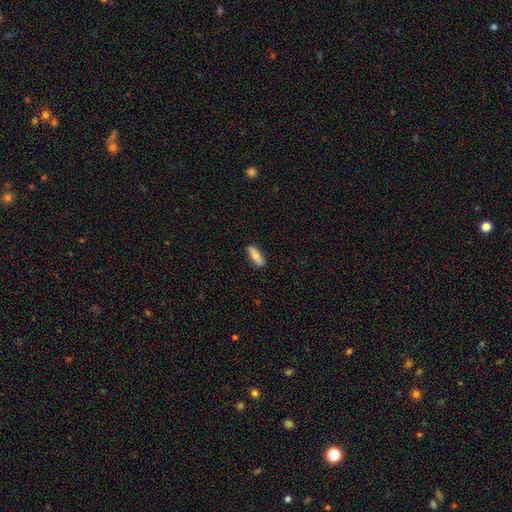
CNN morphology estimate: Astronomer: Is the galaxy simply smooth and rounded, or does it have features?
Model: smooth — 70%.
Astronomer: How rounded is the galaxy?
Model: in between — 60% (runner-up: cigar-shaped, 37%).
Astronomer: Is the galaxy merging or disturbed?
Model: none — 85%.